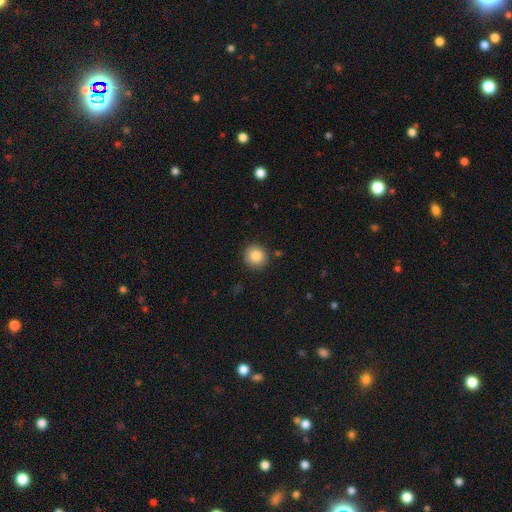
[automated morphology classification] Smooth or featured? Predicted: smooth (p=0.84). How rounded? Predicted: round (p=0.89). Merging? Predicted: none (p=0.89).